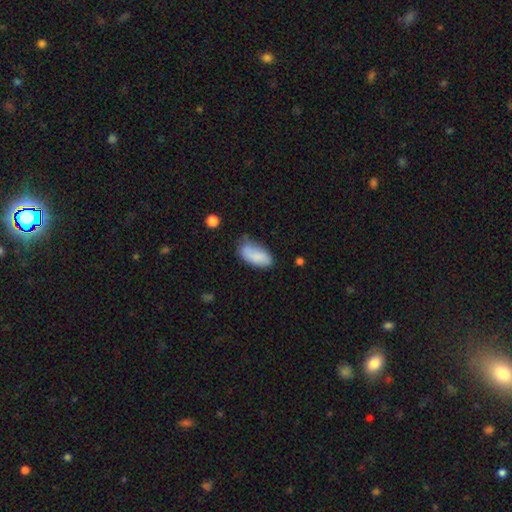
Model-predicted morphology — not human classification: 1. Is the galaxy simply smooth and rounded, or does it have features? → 82% smooth, 11% featured or disk, 7% star or artifact.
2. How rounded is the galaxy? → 91% in between, 7% cigar-shaped, 2% round.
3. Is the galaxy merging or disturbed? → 51% none, 34% minor disturbance, 9% major disturbance, 6% merger.